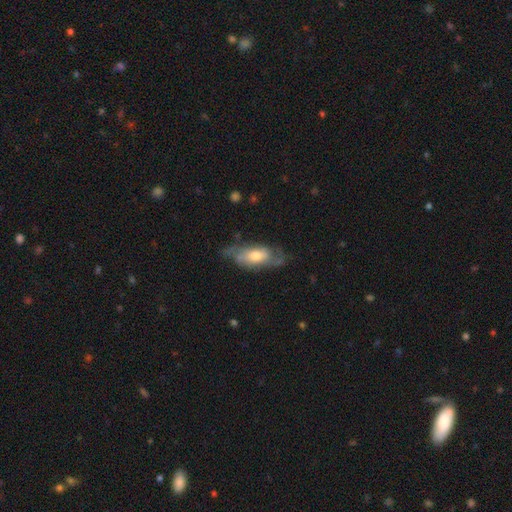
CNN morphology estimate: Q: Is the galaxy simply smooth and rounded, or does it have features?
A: featured or disk — 64%.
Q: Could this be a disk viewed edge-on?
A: no — 83%.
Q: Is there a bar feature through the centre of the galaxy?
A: no — 68%.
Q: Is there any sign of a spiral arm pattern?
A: yes — 81%.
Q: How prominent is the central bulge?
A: moderate — 63%.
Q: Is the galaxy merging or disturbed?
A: none — 60%.